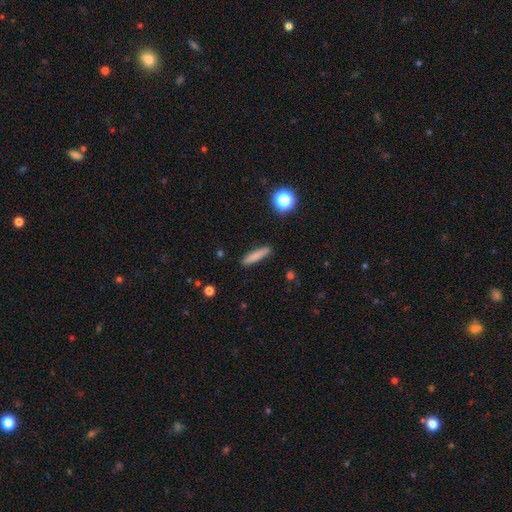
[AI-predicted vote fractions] Smooth or featured?
  - smooth: 78% *
  - featured or disk: 14%
  - star or artifact: 8%
How rounded?
  - cigar-shaped: 88% *
  - in between: 10%
  - round: 2%
Merging?
  - none: 89% *
  - minor disturbance: 7%
  - major disturbance: 2%
  - merger: 1%